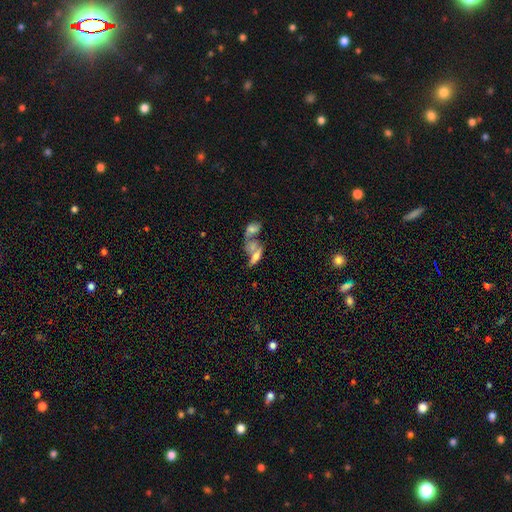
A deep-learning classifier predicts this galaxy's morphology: This appears to be a smooth galaxy with no disk features (56%) that is in between round and cigar-shaped (75%). Merging: merger (66%).